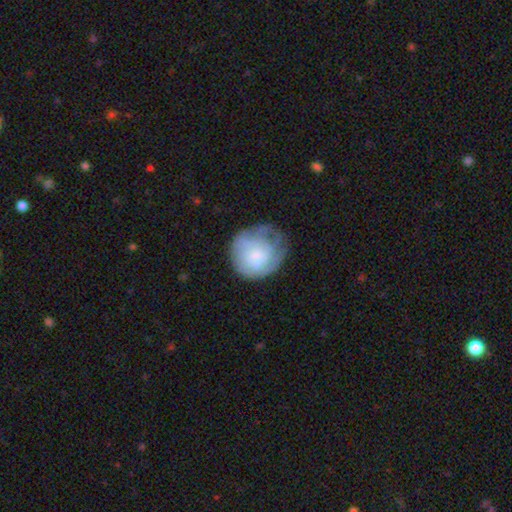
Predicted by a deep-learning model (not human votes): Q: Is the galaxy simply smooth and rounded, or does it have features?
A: featured or disk — 46%, tied with smooth.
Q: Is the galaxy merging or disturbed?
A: none — 44%.